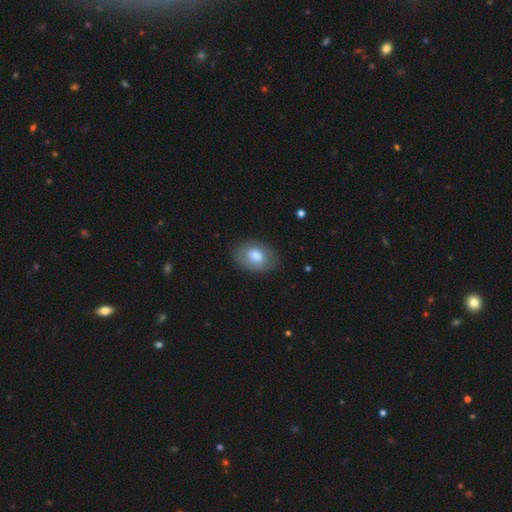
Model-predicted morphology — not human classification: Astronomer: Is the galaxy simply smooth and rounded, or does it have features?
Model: smooth — 74%.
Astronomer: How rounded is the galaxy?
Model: in between — 78%.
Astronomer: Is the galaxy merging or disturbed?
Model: none — 84%.